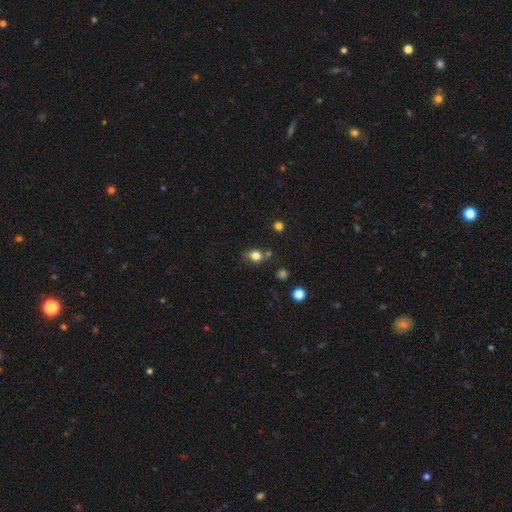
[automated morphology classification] Smooth or featured? smooth (78%)
How rounded? in between (55%)
Merging? none (66%)